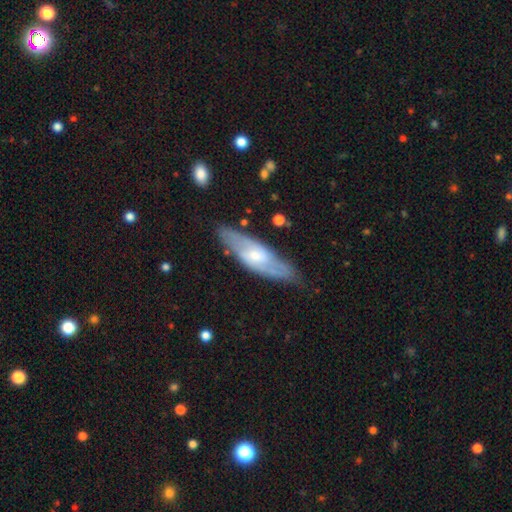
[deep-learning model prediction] smooth_or_featured: featured or disk (p=0.68) [alt: smooth p=0.27]
disk_edge_on: no (p=0.73) [alt: yes p=0.27]
merging: none (p=0.77) [alt: minor disturbance p=0.17]